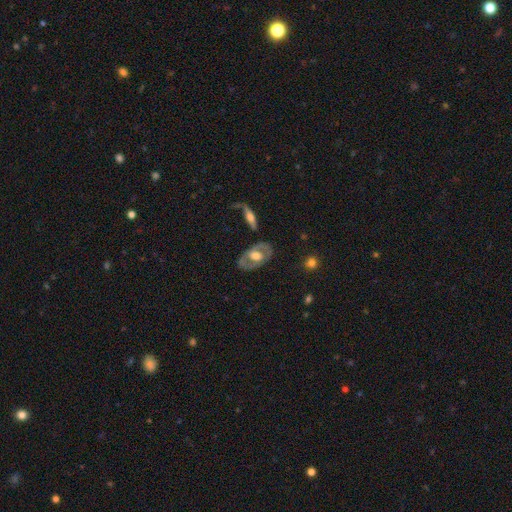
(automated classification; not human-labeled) smooth_or_featured: featured or disk (p=0.63) [alt: smooth p=0.32]
disk_edge_on: no (p=0.86) [alt: yes p=0.14]
bar: no (p=0.65) [alt: weak p=0.26]
has_spiral_arms: no (p=0.65) [alt: yes p=0.35]
bulge_size: moderate (p=0.45) [alt: large p=0.44]
merging: none (p=0.73) [alt: minor disturbance p=0.16]